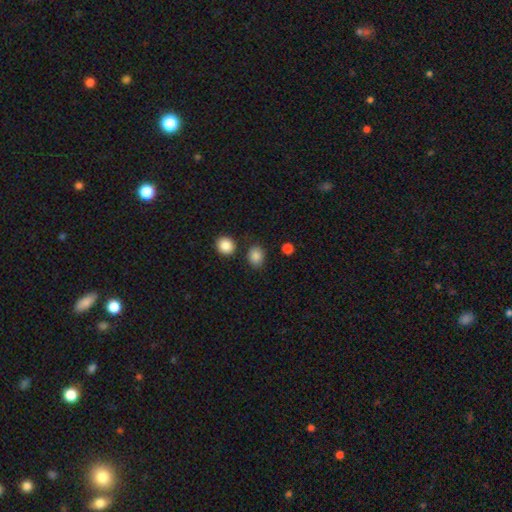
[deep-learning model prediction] Smooth or featured? smooth (86%)
How rounded? round (55%)
Merging? none (81%)